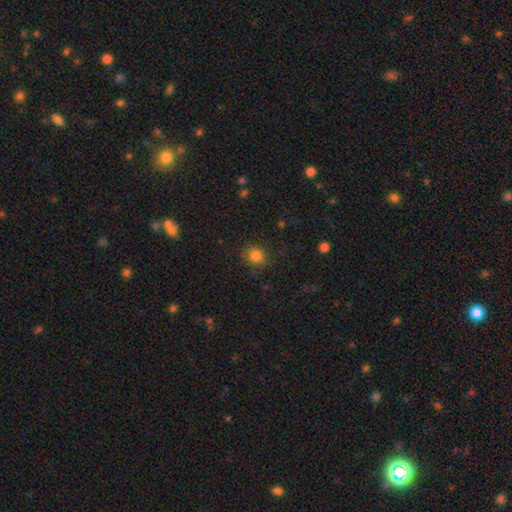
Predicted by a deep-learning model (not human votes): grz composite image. It shows a smooth galaxy with no disk features (82%) that is round (82%). Merging: none (85%).